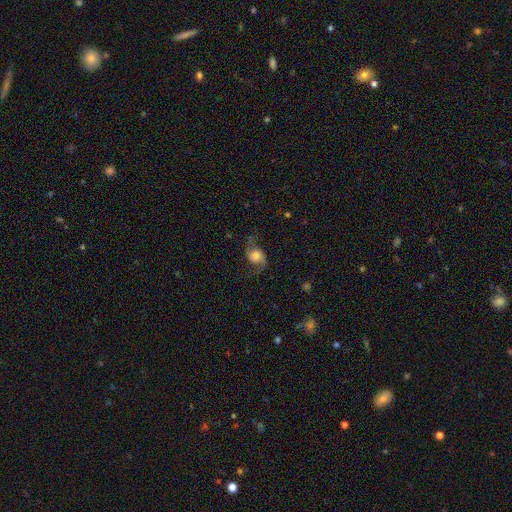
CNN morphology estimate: Smooth or featured: featured or disk — 68% (smooth — 23%)
Edge-on disk: no — 96% (yes — 4%)
Bar: no — 69% (weak — 26%)
Spiral arms: yes — 94% (no — 6%)
Spiral winding: loose — 68% (medium — 27%)
Spiral arm count: 2 — 91% (1 — 4%)
Bulge size: moderate — 42% (large — 30%)
Merging: none — 68% (minor disturbance — 18%)